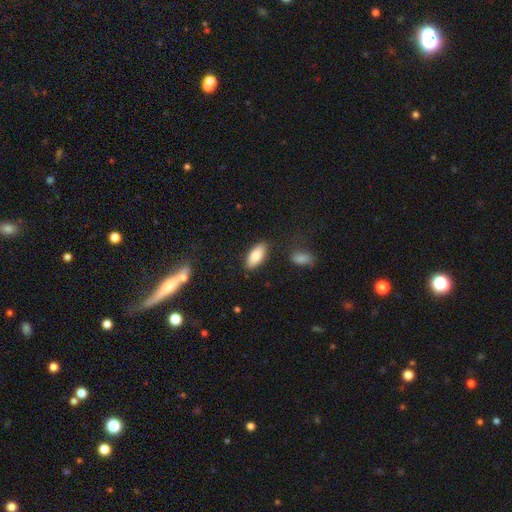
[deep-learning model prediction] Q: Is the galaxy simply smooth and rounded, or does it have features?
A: smooth — 81%.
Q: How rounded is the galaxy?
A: in between — 88%.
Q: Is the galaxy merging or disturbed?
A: none — 85%.